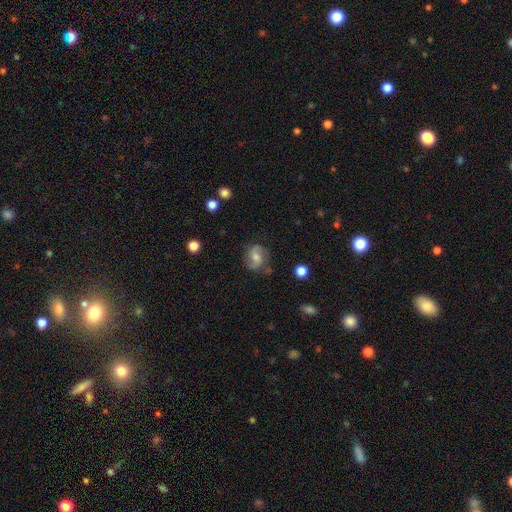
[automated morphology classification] Smooth or featured: featured or disk — 57% (smooth — 34%)
Edge-on disk: no — 97% (yes — 3%)
Bar: no — 46% (weak — 41%)
Spiral arms: yes — 88% (no — 12%)
Bulge size: moderate — 56% (small — 33%)
Merging: none — 73% (minor disturbance — 18%)